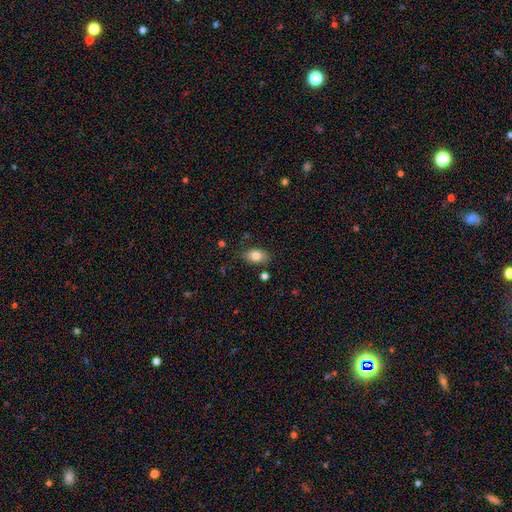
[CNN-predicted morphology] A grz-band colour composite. It shows a smooth galaxy with no disk features (82%) that is in between round and cigar-shaped (85%). Merging: none (81%).